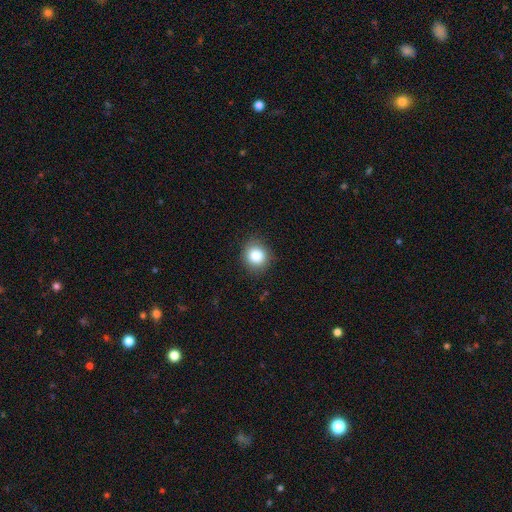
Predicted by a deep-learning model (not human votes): A smooth galaxy with no disk features (83%) that is round (81%).

Vote fractions:
- Smooth or featured? smooth: 83% / star or artifact: 10% / featured or disk: 7%
- How rounded? round: 81% / in between: 18% / cigar-shaped: 1%
- Merging? none: 87% / minor disturbance: 10% / major disturbance: 3% / merger: 1%